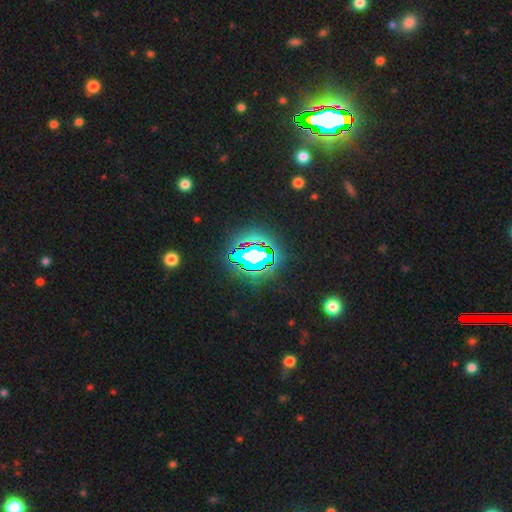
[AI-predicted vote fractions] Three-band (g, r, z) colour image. It shows a star or artifact, not a galaxy (74%).